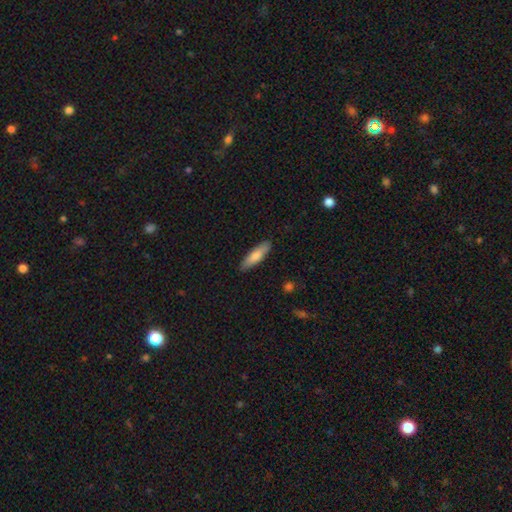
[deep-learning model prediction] The model was most divided on "how rounded": cigar-shaped: 62%, in between: 36%, round: 2%. More confident: merging — none (88%); smooth or featured — smooth (78%).